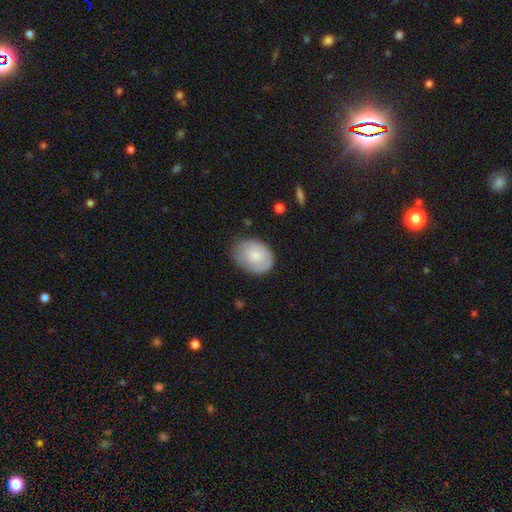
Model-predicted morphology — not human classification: Smooth or featured?
  - smooth: 74% *
  - featured or disk: 20%
  - star or artifact: 6%
How rounded?
  - in between: 60% *
  - round: 39%
  - cigar-shaped: 1%
Merging?
  - none: 72% *
  - minor disturbance: 22%
  - major disturbance: 5%
  - merger: 1%